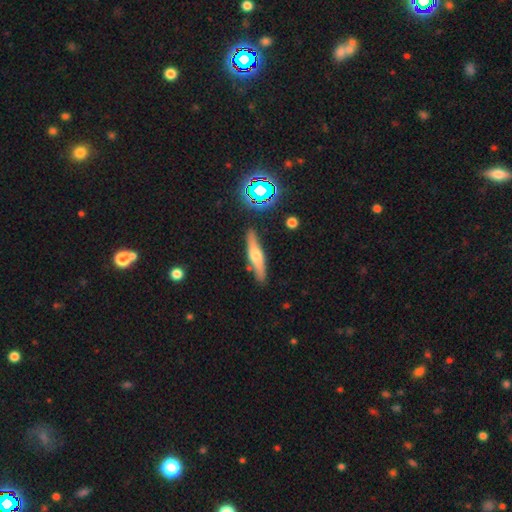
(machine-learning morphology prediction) A featured or disk galaxy (49%). Merging: none (84%).